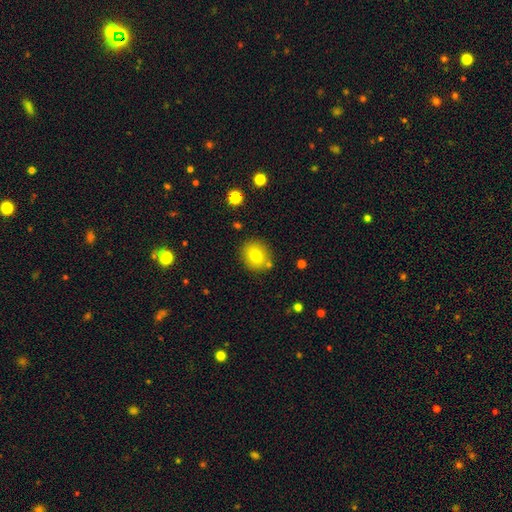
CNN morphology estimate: Smooth or featured: smooth — 76% (featured or disk — 14%)
How rounded: round — 69% (in between — 30%)
Merging: none — 83% (minor disturbance — 10%)